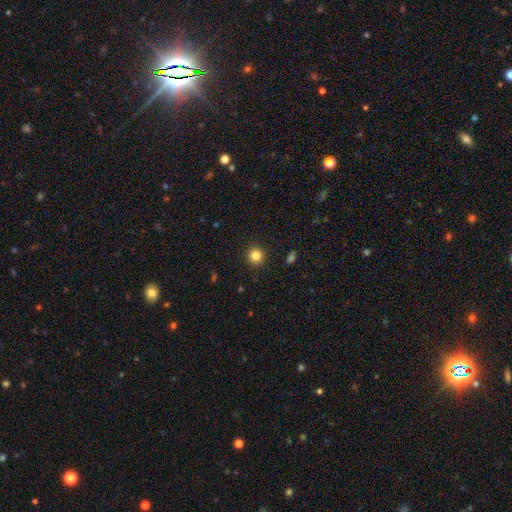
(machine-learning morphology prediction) A smooth galaxy with no disk features (83%) that is round (93%).

Vote fractions:
- Smooth or featured? smooth: 83% / star or artifact: 12% / featured or disk: 5%
- How rounded? round: 93% / in between: 6% / cigar-shaped: 1%
- Merging? none: 92% / minor disturbance: 5% / major disturbance: 2% / merger: 1%